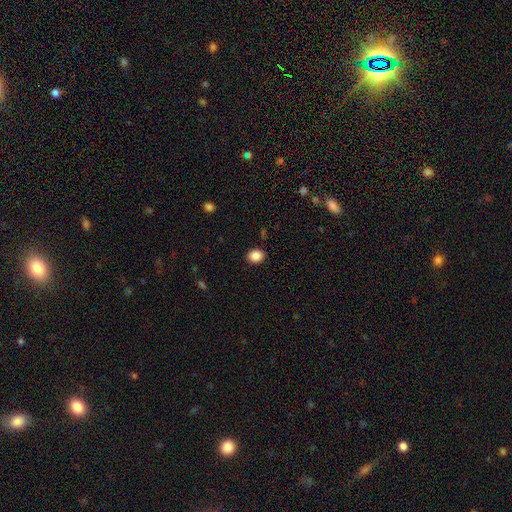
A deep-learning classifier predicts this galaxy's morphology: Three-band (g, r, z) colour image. It shows a smooth galaxy with no disk features (87%) that is round (65%). Merging: none (90%).